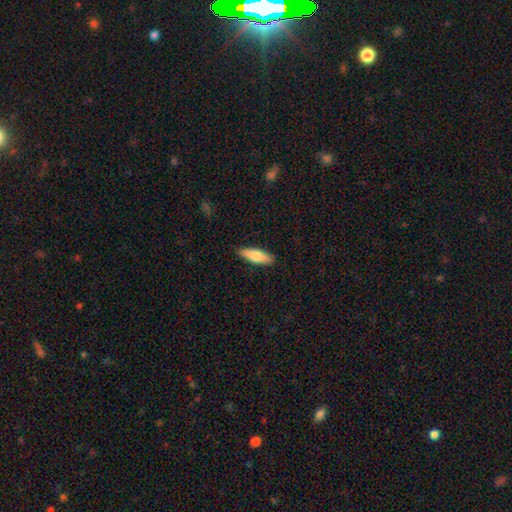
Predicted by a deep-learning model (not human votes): A smooth galaxy with no disk features (77%) that is cigar-shaped (51%). Merging: none (87%).